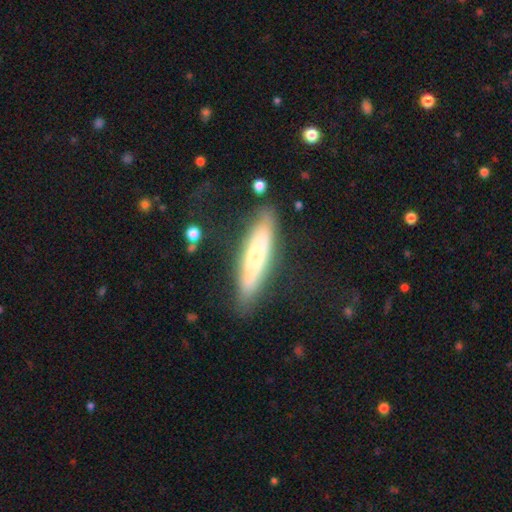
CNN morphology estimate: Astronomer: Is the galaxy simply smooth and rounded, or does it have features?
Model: smooth — 53% (runner-up: featured or disk, 40%).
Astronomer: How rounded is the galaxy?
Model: cigar-shaped — 77%.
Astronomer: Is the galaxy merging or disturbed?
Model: none — 76%.